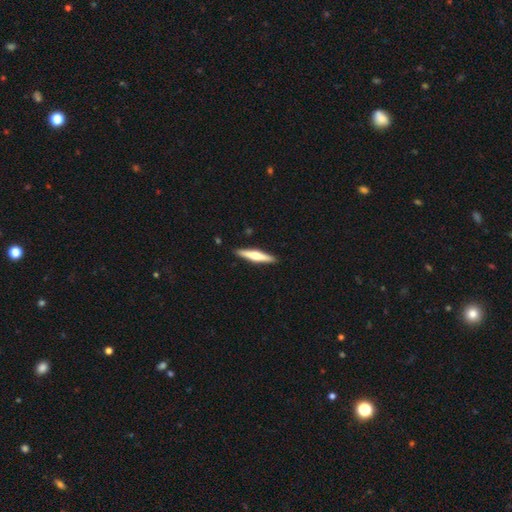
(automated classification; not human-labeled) Smooth or featured?
  - featured or disk: 53% *
  - smooth: 42%
  - star or artifact: 5%
Edge-on disk?
  - yes: 97% *
  - no: 3%
Edge-on bulge?
  - rounded: 88% *
  - boxy: 6%
  - none: 6%
Merging?
  - none: 91% *
  - minor disturbance: 7%
  - major disturbance: 1%
  - merger: 1%